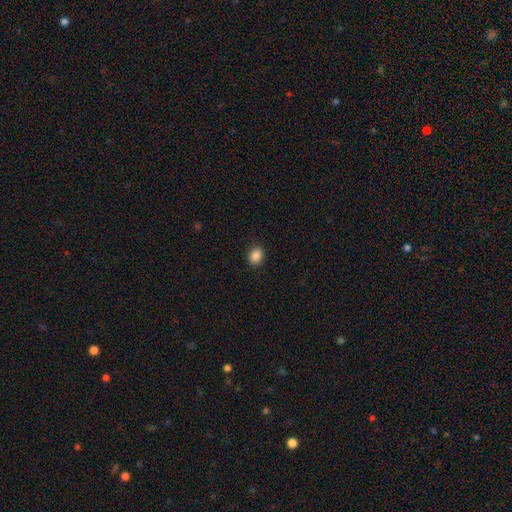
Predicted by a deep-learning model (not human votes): smooth_or_featured: smooth (p=0.87) [alt: star or artifact p=0.10]
how_rounded: round (p=0.55) [alt: in between p=0.44]
merging: none (p=0.90) [alt: minor disturbance p=0.07]